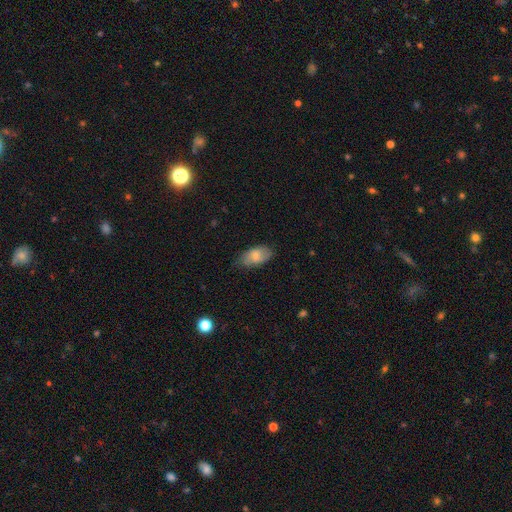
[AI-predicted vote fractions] This is likely a smooth galaxy (73%). How rounded: clearly in between (93%). Merging: likely none (71%).